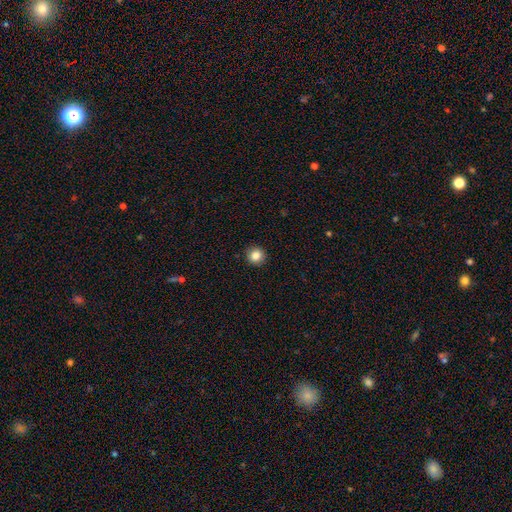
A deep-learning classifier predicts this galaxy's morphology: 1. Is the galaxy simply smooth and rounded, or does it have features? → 85% smooth, 10% star or artifact, 5% featured or disk.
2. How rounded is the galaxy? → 93% round, 6% in between, 1% cigar-shaped.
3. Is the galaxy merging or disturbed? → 93% none, 5% minor disturbance, 2% major disturbance, 1% merger.